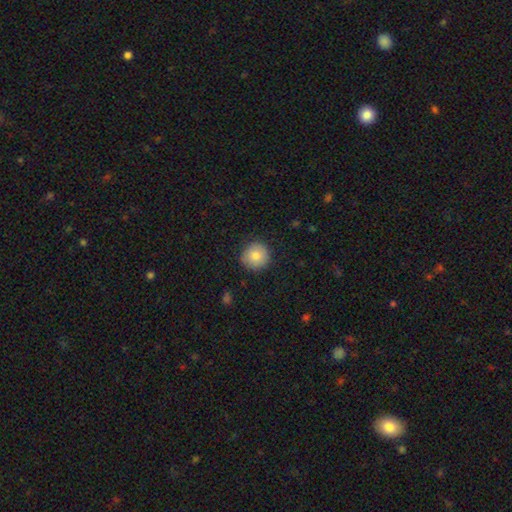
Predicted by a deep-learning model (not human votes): This appears to be a smooth galaxy with no disk features (81%) that is round (95%). Merging: none (89%).